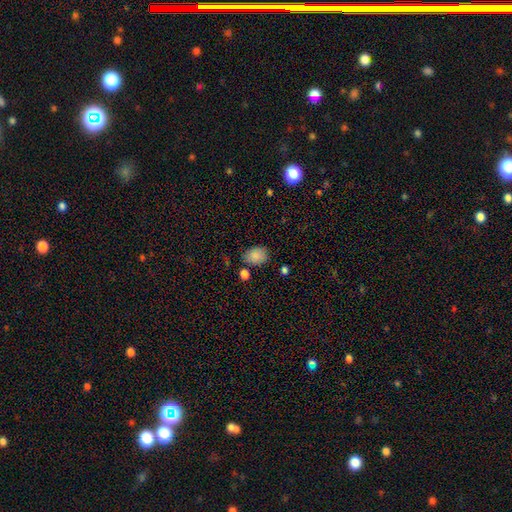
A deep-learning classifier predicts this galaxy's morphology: This is clearly a smooth galaxy (86%). How rounded: likely in between (70%). Merging: likely none (75%).